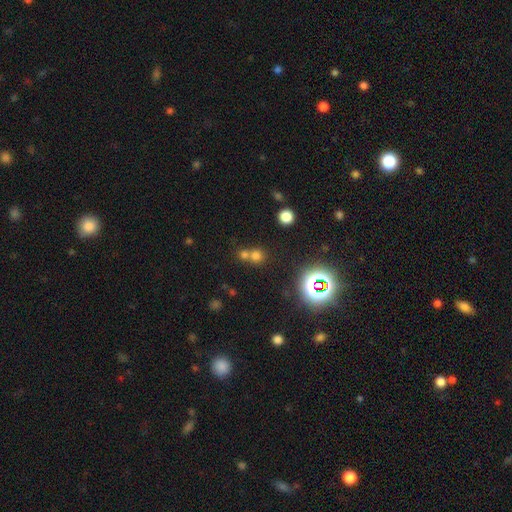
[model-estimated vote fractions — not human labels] Smooth or featured? Predicted: smooth (p=0.61). How rounded? Predicted: round (p=0.86). Merging? Predicted: none (p=0.48).